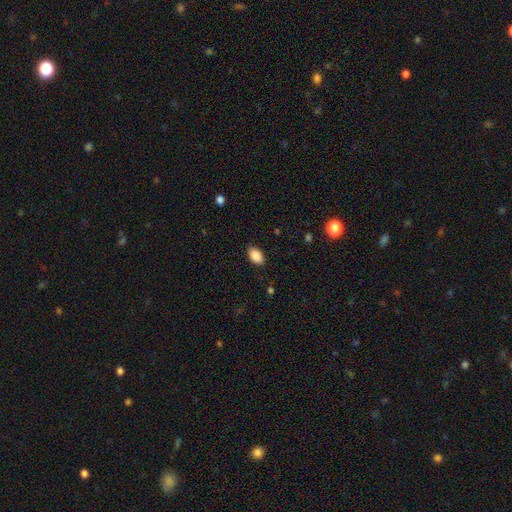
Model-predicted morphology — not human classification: Overall: smooth (89%). How rounded: in between (93%). Merging: none (87%).